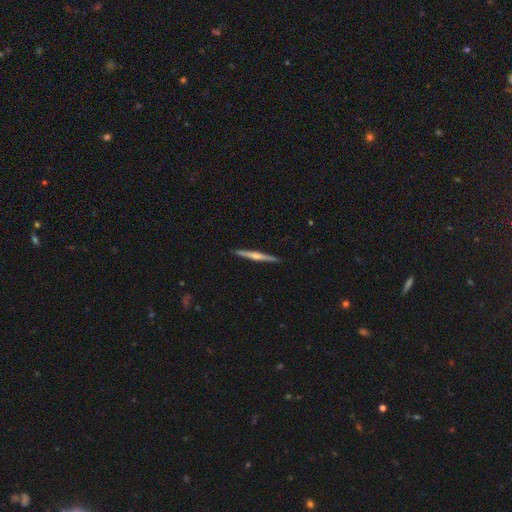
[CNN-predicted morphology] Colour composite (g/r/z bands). It shows a featured or disk galaxy (74%) viewed edge-on (98%) with a rounded central bulge (81%). Merging: none (92%).